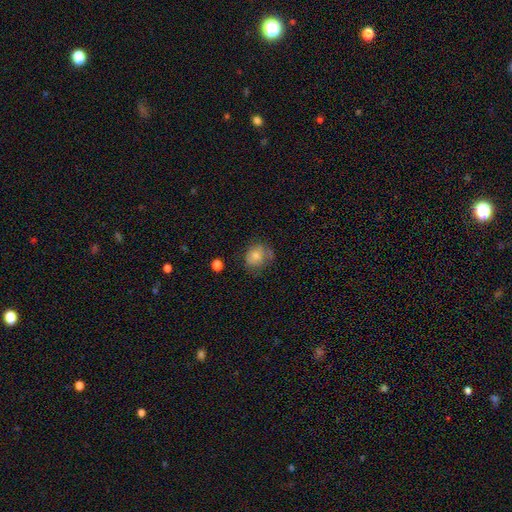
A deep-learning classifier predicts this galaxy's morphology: Smooth or featured? Predicted: smooth (p=0.66). How rounded? Predicted: round (p=0.70). Merging? Predicted: none (p=0.62).